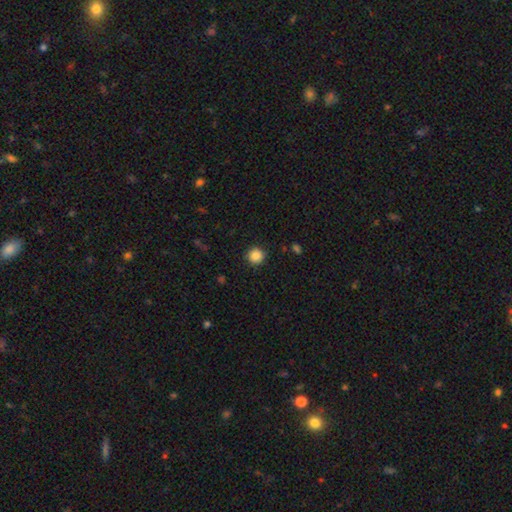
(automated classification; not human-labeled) This appears to be a smooth galaxy with no disk features (86%) that is round (94%). Merging: none (91%).